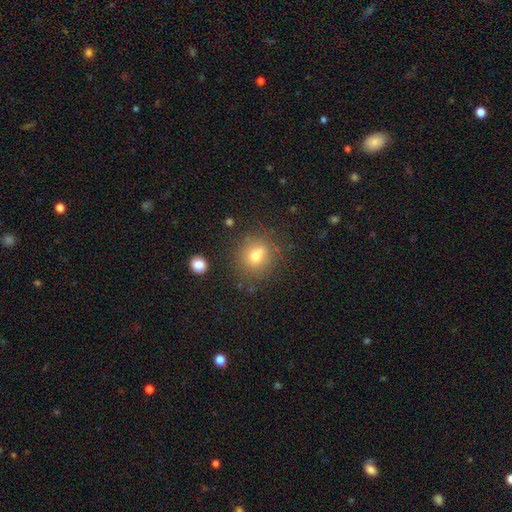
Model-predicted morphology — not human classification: A smooth galaxy with no disk features (71%) that is round (85%).

Vote fractions:
- Smooth or featured? smooth: 71% / star or artifact: 15% / featured or disk: 14%
- How rounded? round: 85% / in between: 14% / cigar-shaped: 1%
- Merging? none: 75% / minor disturbance: 12% / merger: 8% / major disturbance: 5%